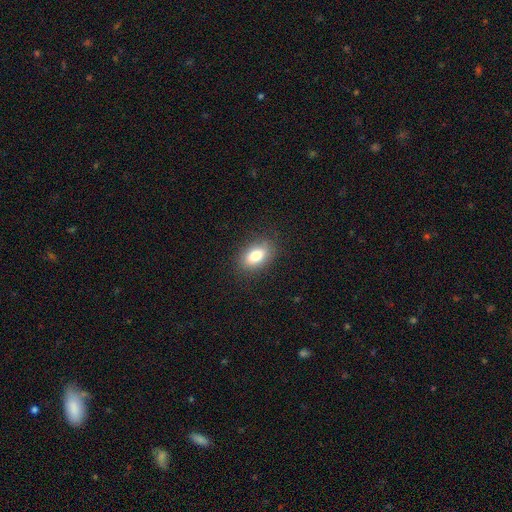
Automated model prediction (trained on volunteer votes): Smooth or featured: smooth — 81% (featured or disk — 10%)
How rounded: in between — 87% (round — 10%)
Merging: none — 85% (minor disturbance — 11%)